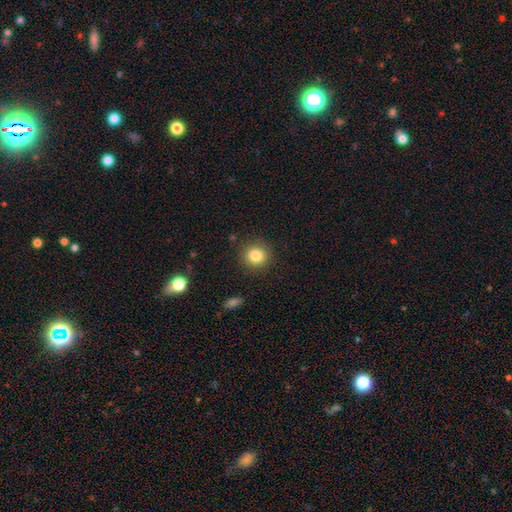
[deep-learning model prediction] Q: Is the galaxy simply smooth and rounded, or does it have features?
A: smooth — 83%.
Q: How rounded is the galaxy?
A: round — 90%.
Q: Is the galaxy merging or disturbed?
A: none — 89%.